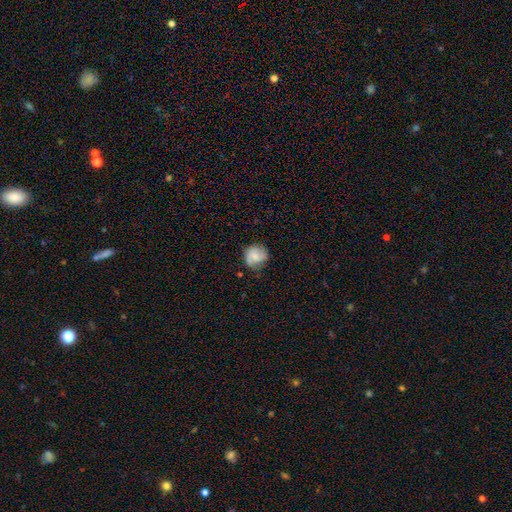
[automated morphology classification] Overall: smooth (57%; featured or disk 35%). How rounded: round (81%). Merging: none (64%; minor disturbance 26%).